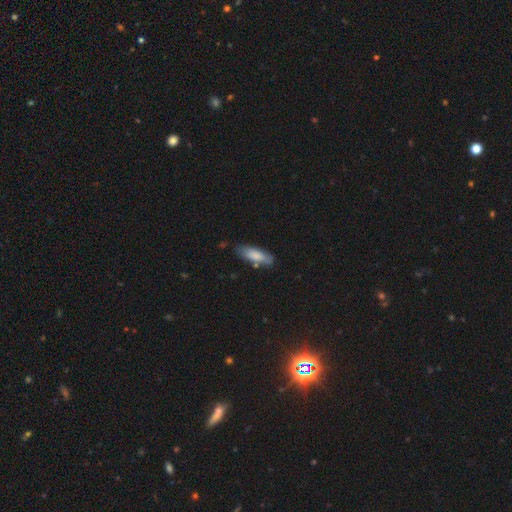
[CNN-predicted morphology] The model was most divided on "how rounded": in between: 55%, cigar-shaped: 43%, round: 2%. More confident: smooth or featured — smooth (79%); merging — none (69%).